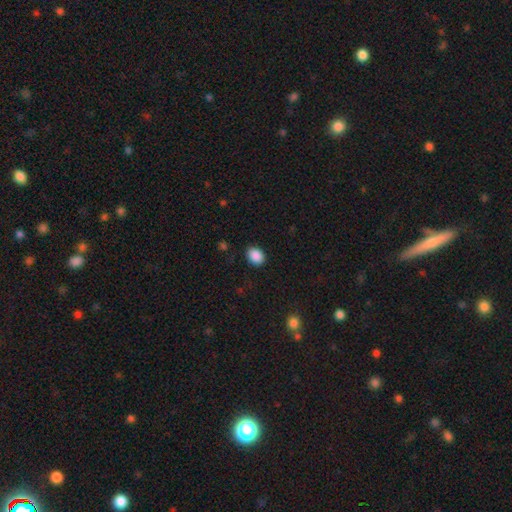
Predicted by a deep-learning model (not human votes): smooth-or-featured: smooth: 89% | star or artifact: 8% | featured or disk: 3%
  how-rounded: in between: 61% | round: 38% | cigar-shaped: 1%
  merging: none: 88% | minor disturbance: 9% | major disturbance: 2% | merger: 1%